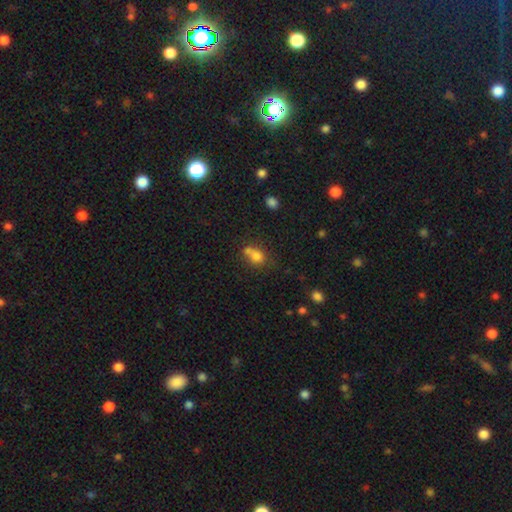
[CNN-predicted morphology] Q: Smooth or featured?
A: smooth (74%); runner-up: star or artifact (13%)
Q: How rounded?
A: round (57%); runner-up: in between (42%)
Q: Merging?
A: merger (41%); runner-up: none (36%)